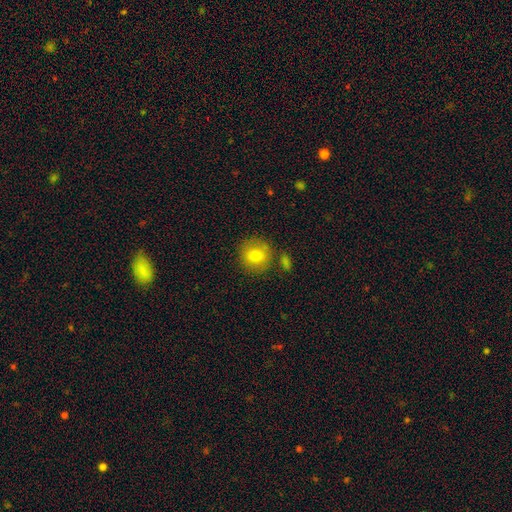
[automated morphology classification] Smooth or featured? smooth (77%)
How rounded? round (91%)
Merging? none (79%)